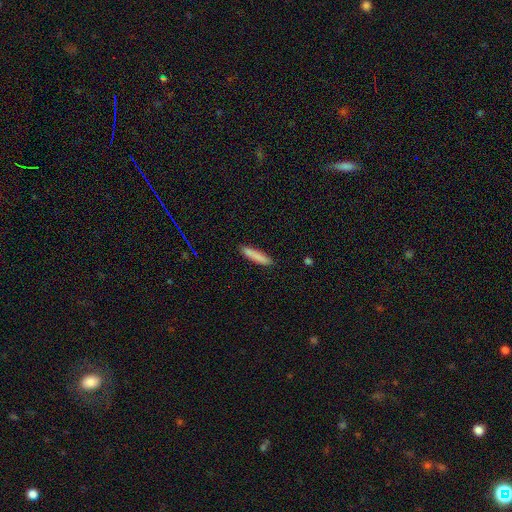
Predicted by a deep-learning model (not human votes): Smooth or featured?
  - smooth: 85% *
  - featured or disk: 8%
  - star or artifact: 6%
How rounded?
  - cigar-shaped: 88% *
  - in between: 11%
  - round: 1%
Merging?
  - none: 89% *
  - minor disturbance: 8%
  - major disturbance: 2%
  - merger: 1%